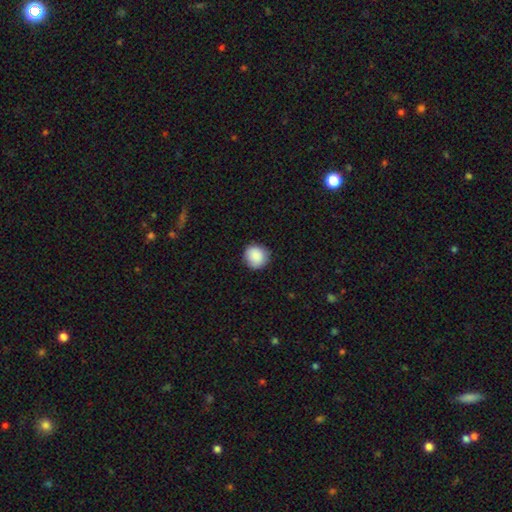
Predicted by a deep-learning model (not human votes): Overall: smooth (89%). How rounded: round (91%). Merging: none (86%).